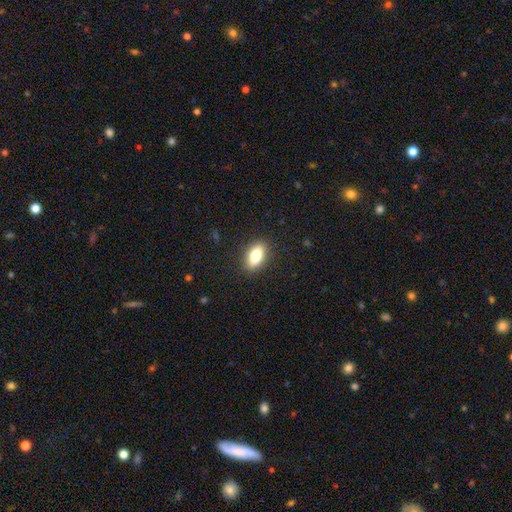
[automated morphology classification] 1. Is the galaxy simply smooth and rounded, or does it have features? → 79% smooth, 13% featured or disk, 8% star or artifact.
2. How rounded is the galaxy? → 86% in between, 7% cigar-shaped, 7% round.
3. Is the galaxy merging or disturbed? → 88% none, 9% minor disturbance, 2% major disturbance, 1% merger.